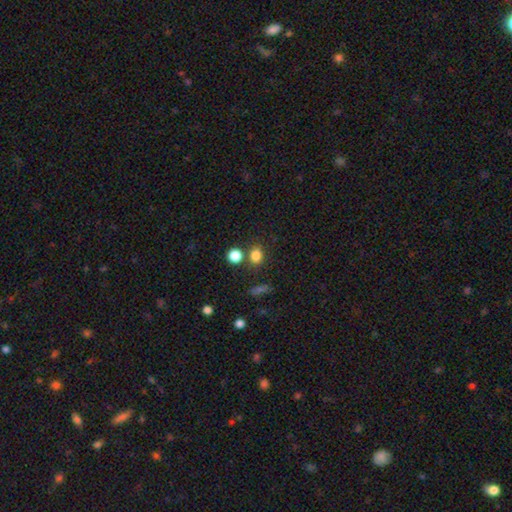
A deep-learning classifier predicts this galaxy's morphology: Smooth or featured?
  - smooth: 81% *
  - star or artifact: 13%
  - featured or disk: 5%
How rounded?
  - round: 58% *
  - in between: 40%
  - cigar-shaped: 1%
Merging?
  - none: 73% *
  - merger: 14%
  - minor disturbance: 10%
  - major disturbance: 4%